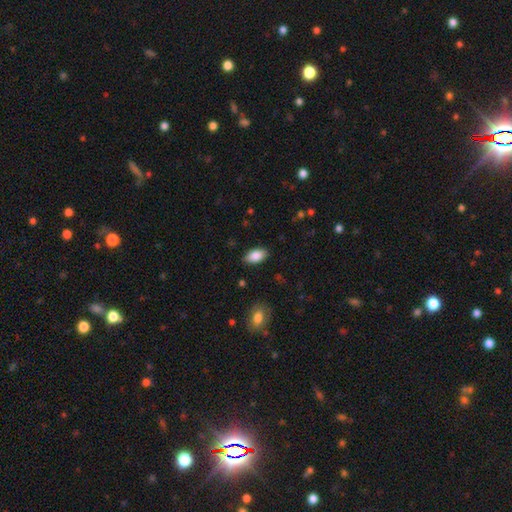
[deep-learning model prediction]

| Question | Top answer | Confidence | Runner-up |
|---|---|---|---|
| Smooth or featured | smooth | 87% | star or artifact (7%) |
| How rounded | in between | 94% | round (4%) |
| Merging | none | 87% | minor disturbance (9%) |